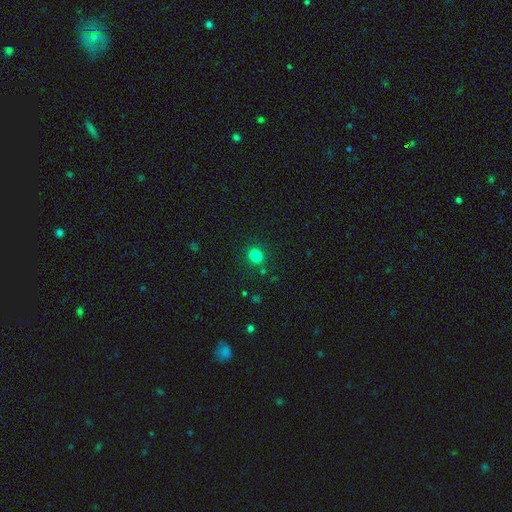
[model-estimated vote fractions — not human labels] smooth_or_featured: smooth (p=0.81) [alt: star or artifact p=0.14]
how_rounded: round (p=0.76) [alt: in between p=0.23]
merging: none (p=0.85) [alt: minor disturbance p=0.09]